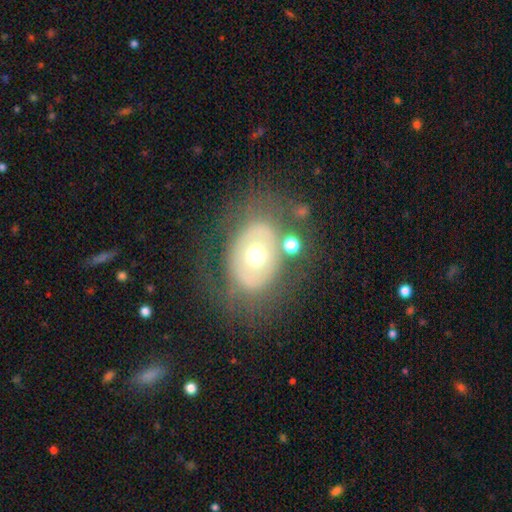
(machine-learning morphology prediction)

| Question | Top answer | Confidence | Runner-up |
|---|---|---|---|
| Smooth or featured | featured or disk | 48% | smooth (43%) |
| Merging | none | 67% | minor disturbance (15%) |